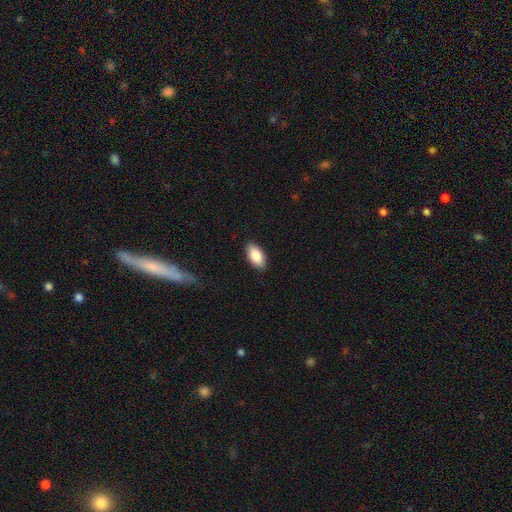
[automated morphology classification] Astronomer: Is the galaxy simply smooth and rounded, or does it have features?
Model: smooth — 86%.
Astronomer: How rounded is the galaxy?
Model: in between — 93%.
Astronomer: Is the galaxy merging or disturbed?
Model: none — 89%.